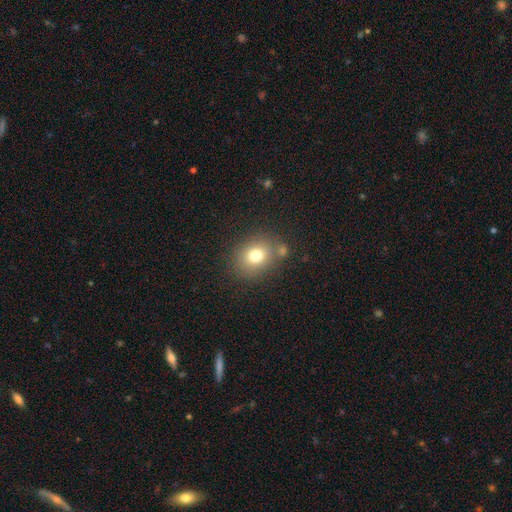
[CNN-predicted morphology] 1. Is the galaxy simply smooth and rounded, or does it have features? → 76% smooth, 13% star or artifact, 11% featured or disk.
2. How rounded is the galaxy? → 64% round, 35% in between, 1% cigar-shaped.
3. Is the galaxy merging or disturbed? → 73% none, 12% minor disturbance, 10% merger, 5% major disturbance.